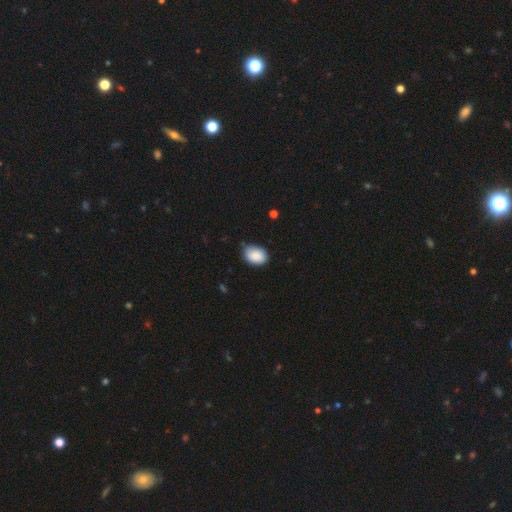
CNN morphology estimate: smooth 89%, star or artifact 7%, featured or disk 4%. Down the decision tree: how rounded — in between (81%); merging — none (76%).